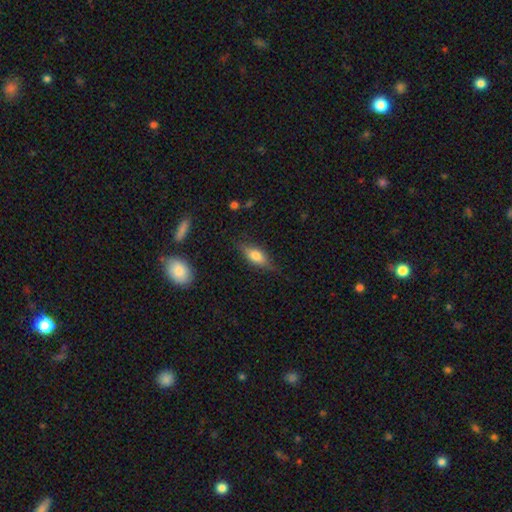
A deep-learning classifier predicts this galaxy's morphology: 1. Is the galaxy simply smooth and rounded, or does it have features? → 60% smooth, 32% featured or disk, 8% star or artifact.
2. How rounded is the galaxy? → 68% in between, 28% cigar-shaped, 4% round.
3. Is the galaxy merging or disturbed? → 76% none, 18% minor disturbance, 4% major disturbance, 2% merger.